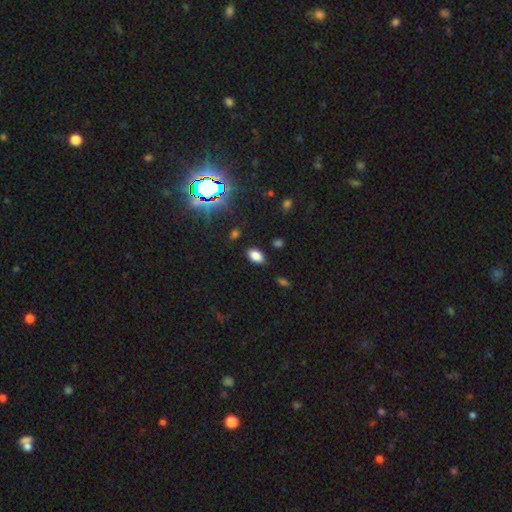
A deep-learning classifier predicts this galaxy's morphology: Smooth or featured?
  - smooth: 81% *
  - star or artifact: 13%
  - featured or disk: 6%
How rounded?
  - in between: 91% *
  - round: 7%
  - cigar-shaped: 2%
Merging?
  - none: 84% *
  - minor disturbance: 11%
  - major disturbance: 3%
  - merger: 2%